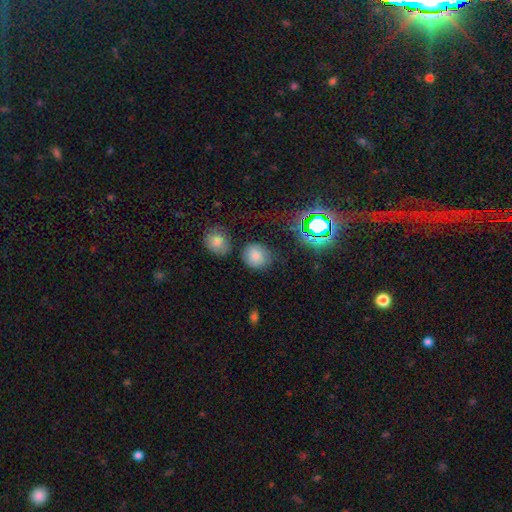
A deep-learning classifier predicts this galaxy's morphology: This is likely a smooth galaxy (75%). How rounded: likely round (76%). Merging: likely none (72%).